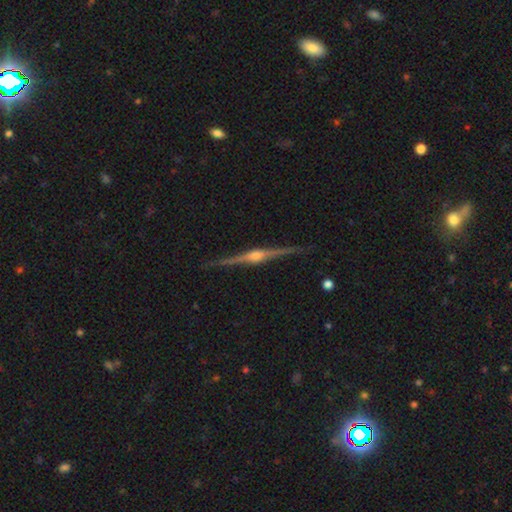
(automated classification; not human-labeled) Q: Smooth or featured?
A: featured or disk (88%); runner-up: smooth (7%)
Q: Edge-on disk?
A: yes (98%); runner-up: no (2%)
Q: Edge-on bulge?
A: rounded (87%); runner-up: boxy (9%)
Q: Merging?
A: none (89%); runner-up: minor disturbance (9%)